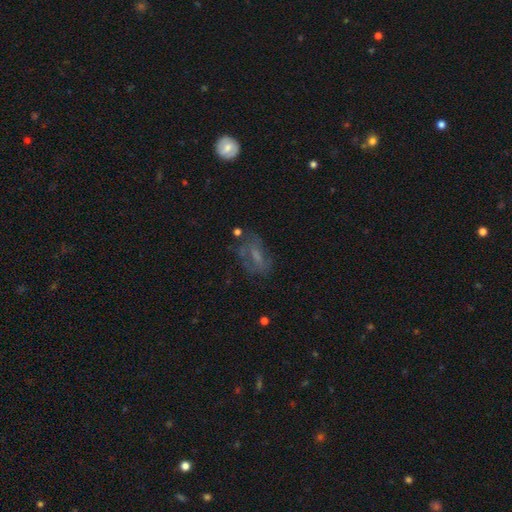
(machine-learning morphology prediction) The model was most divided on "smooth or featured": featured or disk: 48%, smooth: 35%, star or artifact: 17%. More confident: merging — none (53%).